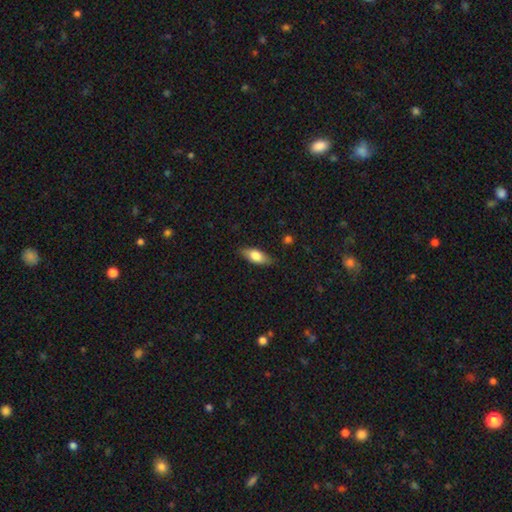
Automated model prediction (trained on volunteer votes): Smooth or featured?
  - smooth: 71% *
  - featured or disk: 22%
  - star or artifact: 7%
How rounded?
  - in between: 79% *
  - cigar-shaped: 17%
  - round: 4%
Merging?
  - none: 83% *
  - minor disturbance: 13%
  - major disturbance: 3%
  - merger: 1%